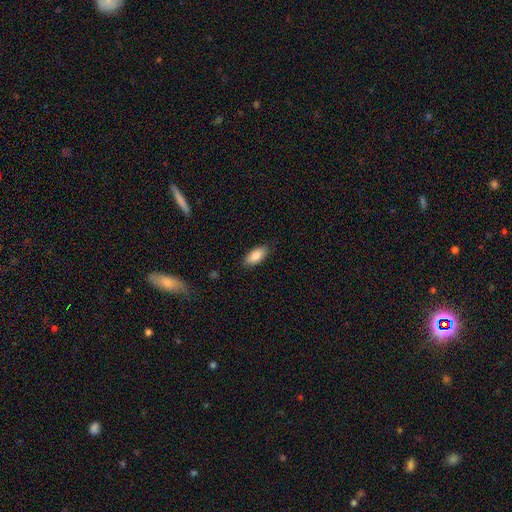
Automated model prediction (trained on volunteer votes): A smooth galaxy with no disk features (87%) that is in between round and cigar-shaped (90%).

Vote fractions:
- Smooth or featured? smooth: 87% / featured or disk: 7% / star or artifact: 7%
- How rounded? in between: 90% / cigar-shaped: 8% / round: 2%
- Merging? none: 85% / minor disturbance: 12% / major disturbance: 2% / merger: 1%